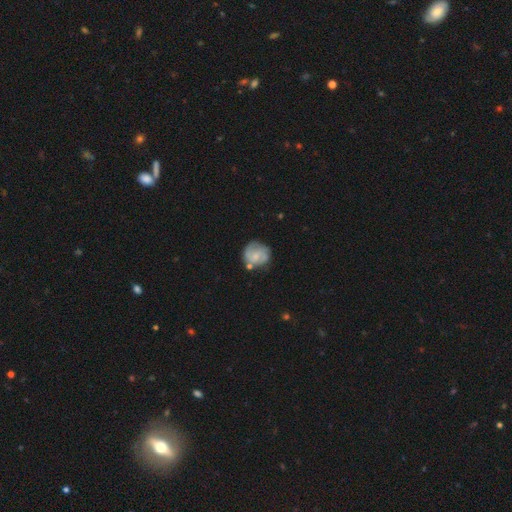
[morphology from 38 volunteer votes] smooth_or_featured: featured or disk (p=0.84) [alt: smooth p=0.16]
disk_edge_on: no (p=0.94) [alt: yes p=0.06]
bar: no (p=0.67) [alt: weak p=0.33]
has_spiral_arms: yes (p=0.87) [alt: no p=0.13]
spiral_winding: medium (p=0.50) [alt: tight p=0.27]
spiral_arm_count: 2 (p=0.54) [alt: can't tell p=0.35]
bulge_size: small (p=0.47) [alt: moderate p=0.37]
merging: none (p=0.55) [alt: minor disturbance p=0.26]